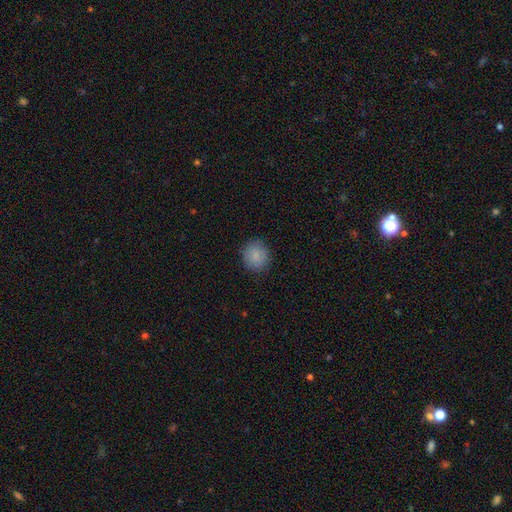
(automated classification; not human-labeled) Smooth or featured: smooth — 86% (star or artifact — 8%)
How rounded: round — 83% (in between — 16%)
Merging: none — 87% (minor disturbance — 10%)